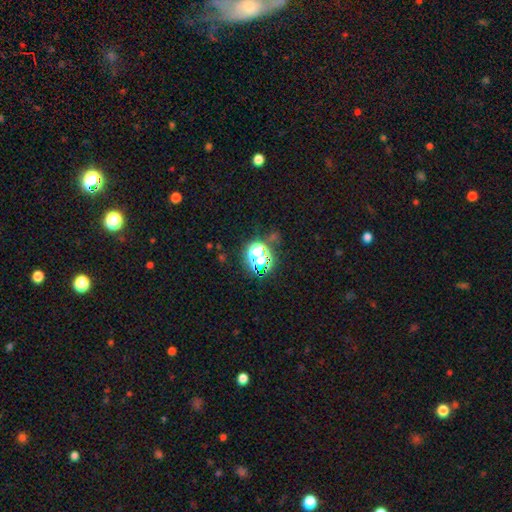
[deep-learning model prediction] This is possibly a star or artifact rather than a galaxy (52%).